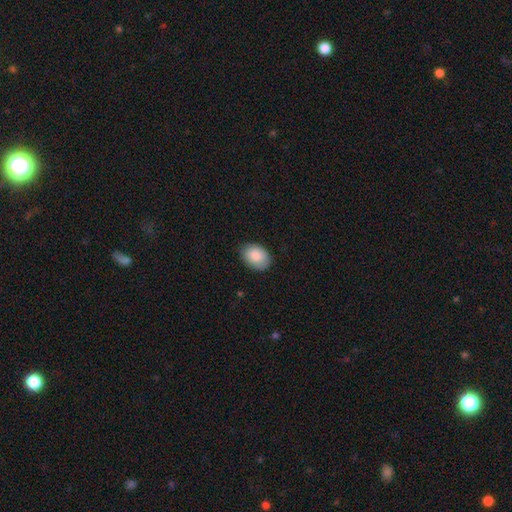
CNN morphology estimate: The model was most divided on "how rounded": in between: 78%, round: 21%, cigar-shaped: 1%. More confident: smooth or featured — smooth (87%); merging — none (83%).